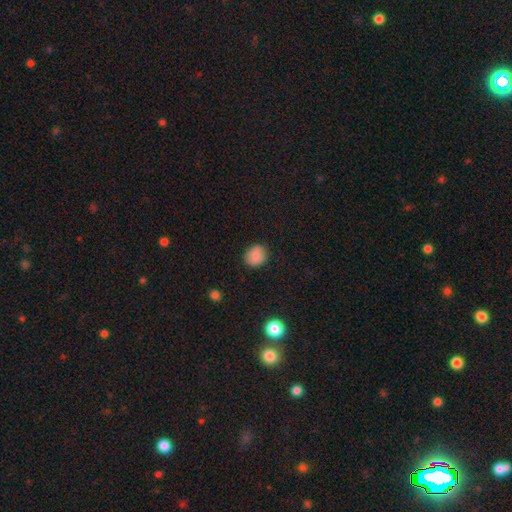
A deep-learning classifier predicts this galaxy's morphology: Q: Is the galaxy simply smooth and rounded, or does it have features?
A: smooth — 87%.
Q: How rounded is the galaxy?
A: round — 69%.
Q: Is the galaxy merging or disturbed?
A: none — 85%.